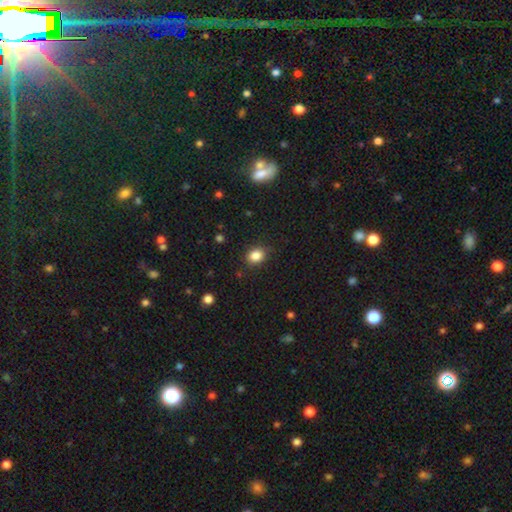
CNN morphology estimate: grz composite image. It shows a smooth galaxy with no disk features (85%) that is in between round and cigar-shaped (54%). Merging: none (81%).